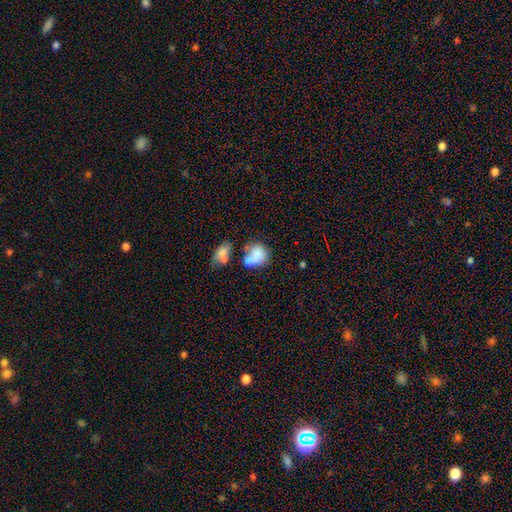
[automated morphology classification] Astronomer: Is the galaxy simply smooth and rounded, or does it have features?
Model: smooth — 69%.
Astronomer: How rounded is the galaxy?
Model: in between — 54% (runner-up: round, 45%).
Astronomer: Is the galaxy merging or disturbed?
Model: merger — 41% (runner-up: none, 24%).